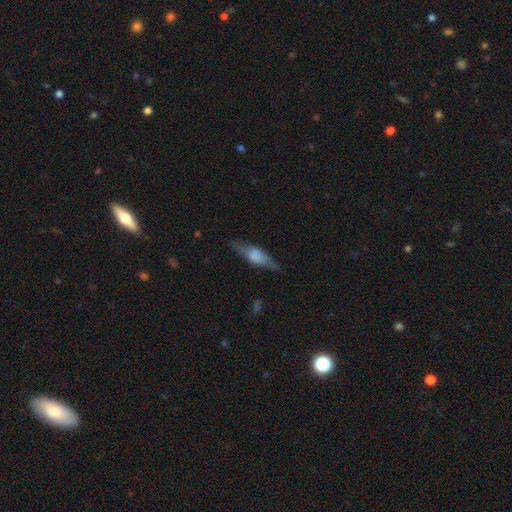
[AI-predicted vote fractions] Smooth or featured?
  - featured or disk: 51% *
  - smooth: 41%
  - star or artifact: 8%
Edge-on disk?
  - yes: 90% *
  - no: 10%
Merging?
  - none: 75% *
  - minor disturbance: 17%
  - major disturbance: 6%
  - merger: 2%